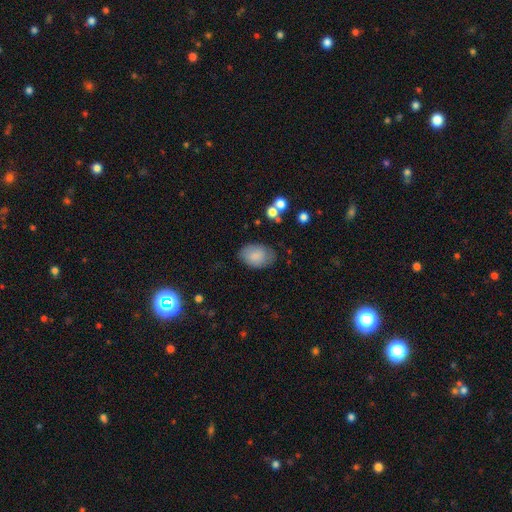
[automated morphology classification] The model was most divided on "merging": none: 74%, minor disturbance: 19%, major disturbance: 5%, merger: 2%. More confident: how rounded — in between (87%); smooth or featured — smooth (83%).